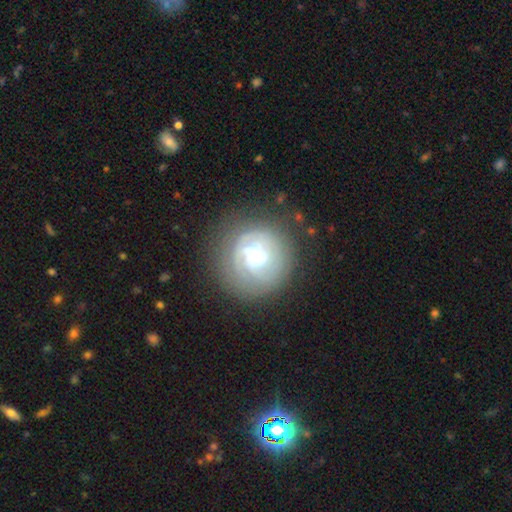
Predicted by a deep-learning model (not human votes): Morphology: type=featured or disk (62%); edge-on=no (98%); bar=no (66%); spiral arms=yes (63%); bulge=moderate (34%); merging=none (63%).